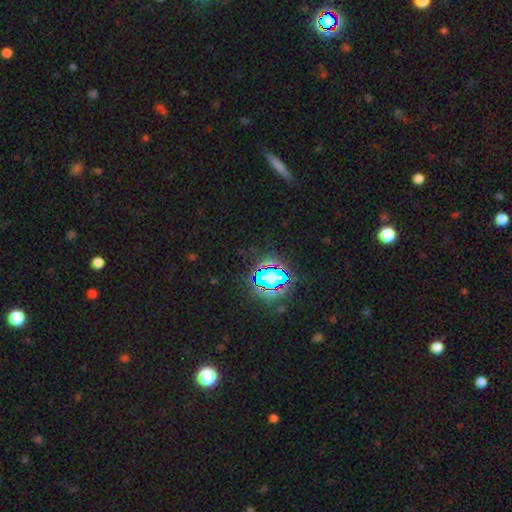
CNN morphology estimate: star or artifact 74%, smooth 16%, featured or disk 10%.